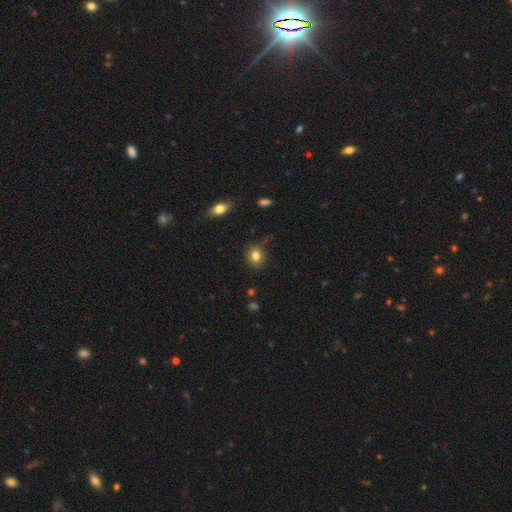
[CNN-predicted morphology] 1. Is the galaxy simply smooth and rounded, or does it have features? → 82% smooth, 10% star or artifact, 8% featured or disk.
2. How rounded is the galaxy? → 65% round, 34% in between, 1% cigar-shaped.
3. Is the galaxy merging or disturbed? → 78% none, 16% minor disturbance, 4% major disturbance, 2% merger.